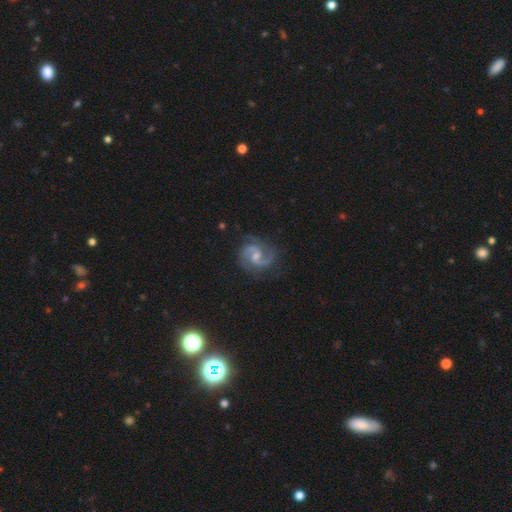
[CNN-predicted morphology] A featured or disk galaxy (92%) with a weak bar (54%), 2 (93%) medium (63%) spiral arms (98%) and a small central bulge (46%).

Vote fractions:
- Smooth or featured? featured or disk: 92% / star or artifact: 4% / smooth: 4%
- Edge-on disk? no: 98% / yes: 2%
- Bar? weak: 54% / no: 34% / strong: 11%
- Spiral arms? yes: 98% / no: 2%
- Spiral winding? medium: 63% / tight: 21% / loose: 16%
- Spiral arm count? 2: 93% / 3: 2% / can't tell: 2% / 1: 1% / 4: 1% / more than 4: 1%
- Bulge size? small: 46% / moderate: 40% / none: 10% / large: 2% / dominant: 1%
- Merging? none: 79% / minor disturbance: 15% / major disturbance: 5% / merger: 1%